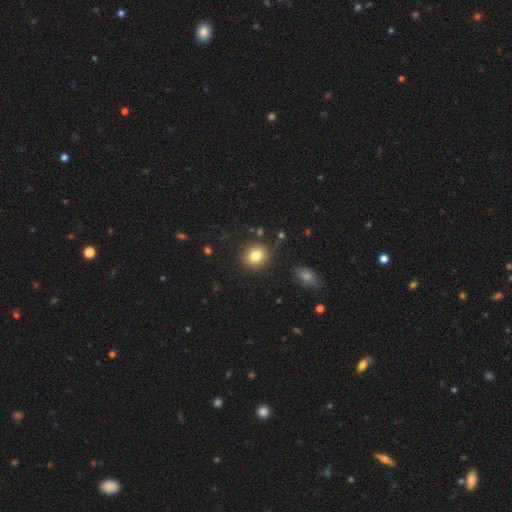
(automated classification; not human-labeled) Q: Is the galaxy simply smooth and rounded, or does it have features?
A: smooth — 81%.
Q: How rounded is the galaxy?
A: round — 77%.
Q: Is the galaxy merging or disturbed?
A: none — 88%.